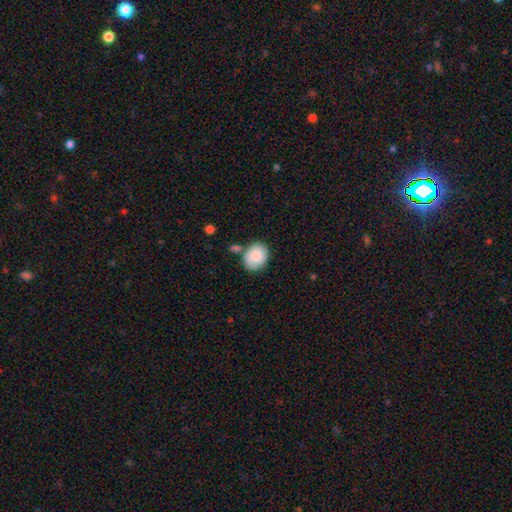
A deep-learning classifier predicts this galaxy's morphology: smooth-or-featured: smooth: 84% | featured or disk: 9% | star or artifact: 7%
  how-rounded: in between: 52% | round: 47% | cigar-shaped: 1%
  merging: none: 63% | minor disturbance: 19% | merger: 13% | major disturbance: 5%